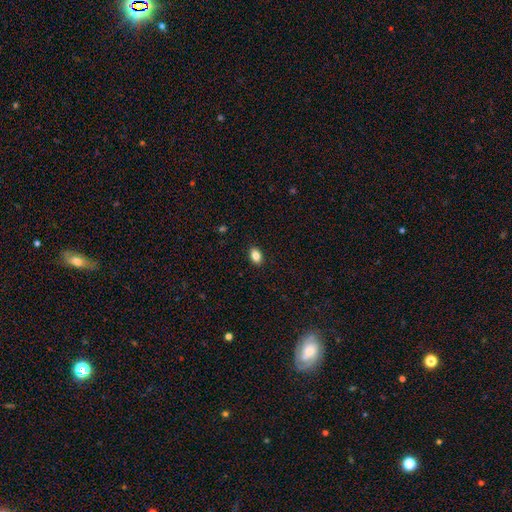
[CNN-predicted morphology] smooth_or_featured: smooth (p=0.84) [alt: star or artifact p=0.09]
how_rounded: in between (p=0.86) [alt: round p=0.12]
merging: none (p=0.90) [alt: minor disturbance p=0.08]